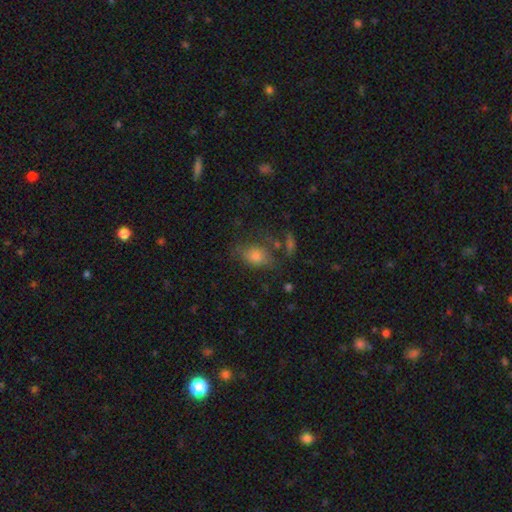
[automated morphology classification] type=smooth (74%); roundness=in between (79%); merging=none (61%).